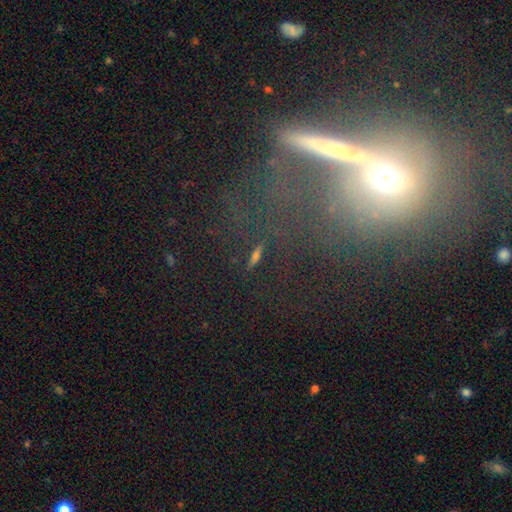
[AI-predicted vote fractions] A featured or disk galaxy (38%). Merging: none (55%).